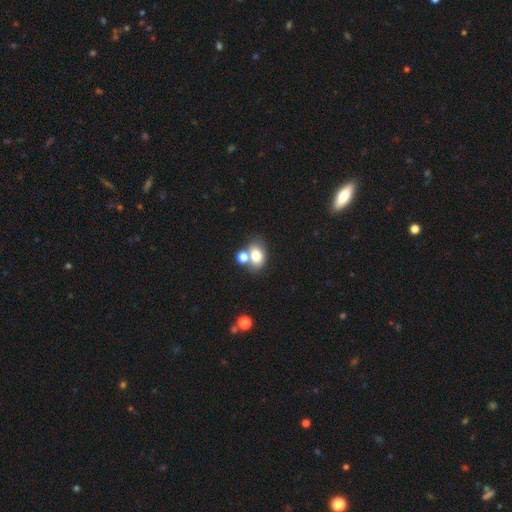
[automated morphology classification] Overall: smooth (76%). How rounded: in between (70%). Merging: none (47%; merger 37%).